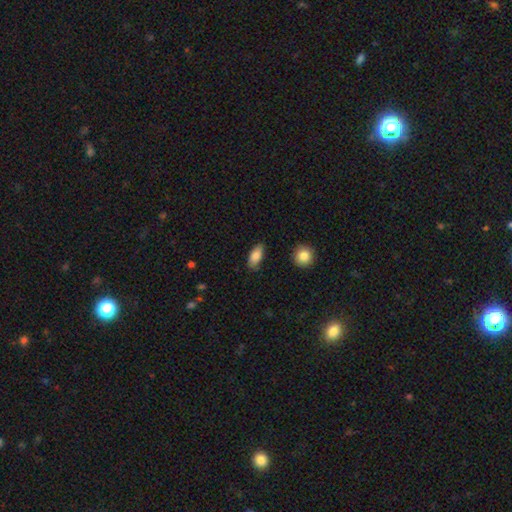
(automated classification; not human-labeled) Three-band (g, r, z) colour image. It shows a smooth galaxy with no disk features (85%) that is in between round and cigar-shaped (87%). Merging: none (80%).